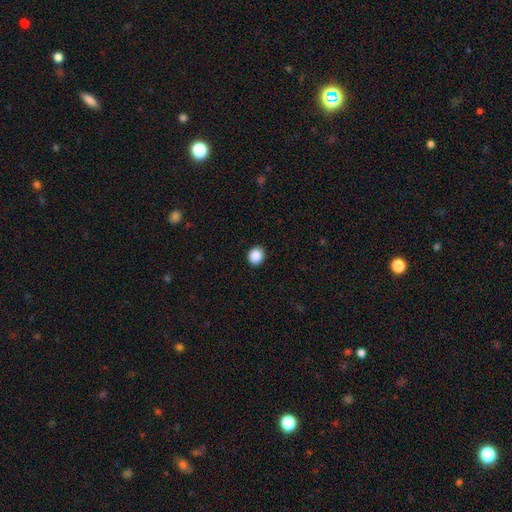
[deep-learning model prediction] Smooth or featured: smooth — 89% (star or artifact — 9%)
How rounded: round — 80% (in between — 19%)
Merging: none — 91% (minor disturbance — 6%)